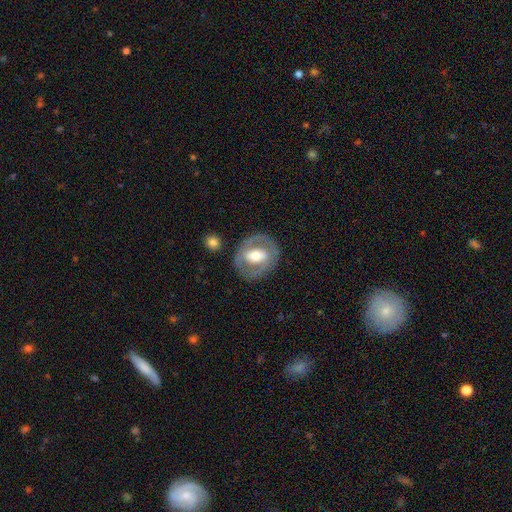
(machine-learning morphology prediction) featured or disk 64%, smooth 31%, star or artifact 6%. Down the decision tree: edge-on disk — no (94%); bar — weak (35%); spiral arms — no (63%); bulge size — moderate (62%); merging — none (79%).